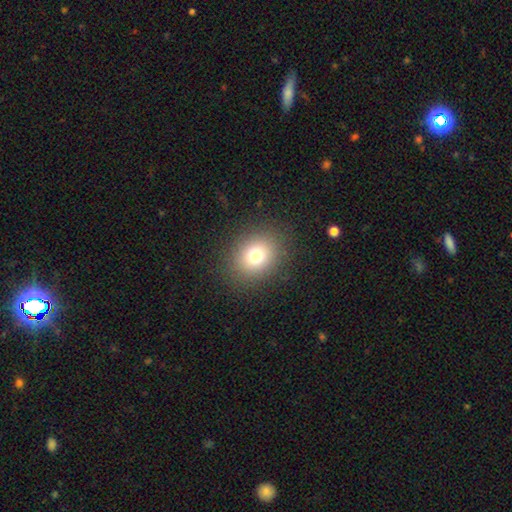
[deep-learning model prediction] Smooth or featured: smooth — 76% (star or artifact — 14%)
How rounded: round — 65% (in between — 34%)
Merging: none — 87% (minor disturbance — 8%)